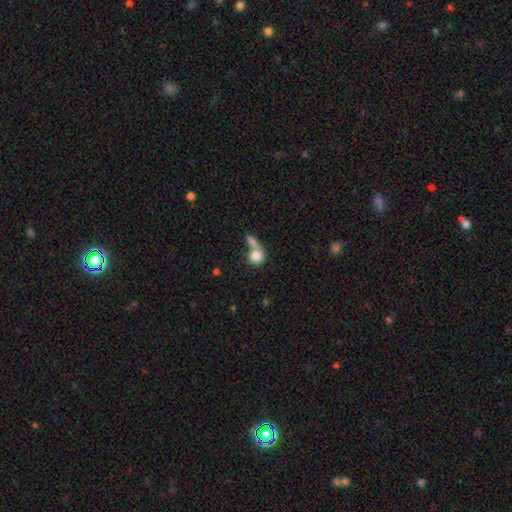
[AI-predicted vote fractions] This is likely a smooth galaxy (80%). How rounded: likely round (74%). Merging: possibly merger (47%).